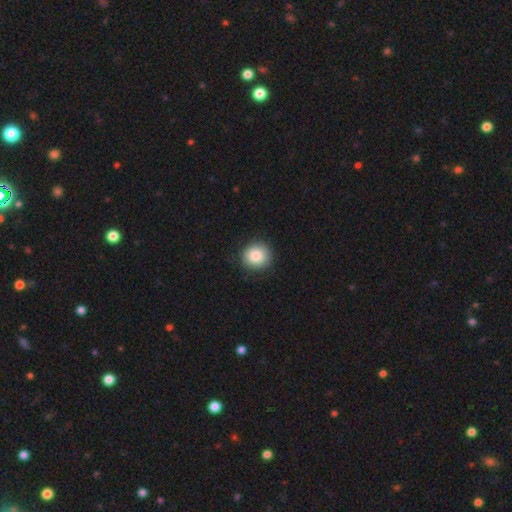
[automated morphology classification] This appears to be a smooth galaxy with no disk features (84%) that is round (90%). Merging: none (90%).